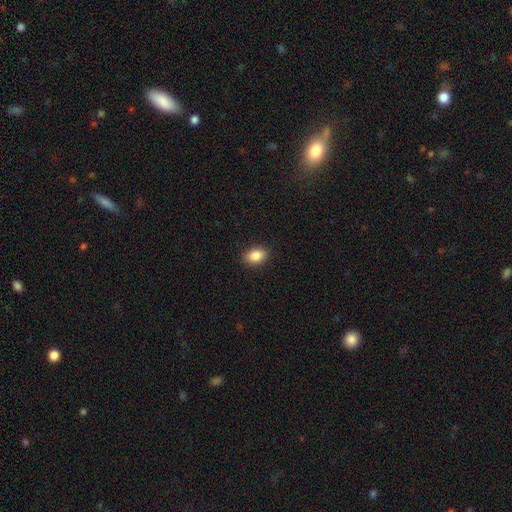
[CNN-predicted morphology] type=smooth (86%); roundness=in between (80%); merging=none (89%).